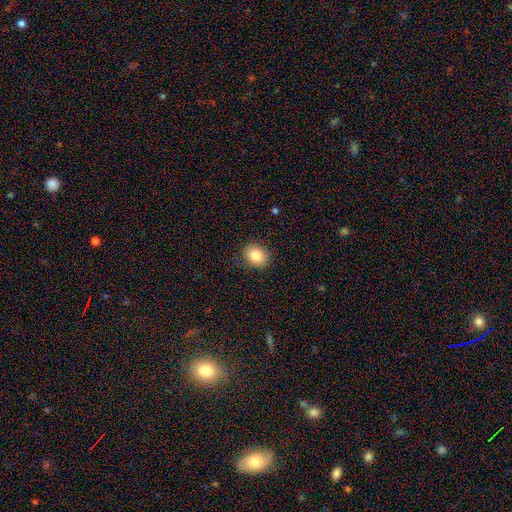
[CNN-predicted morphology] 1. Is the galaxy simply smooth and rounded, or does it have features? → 85% smooth, 9% star or artifact, 6% featured or disk.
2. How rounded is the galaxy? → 58% round, 41% in between, 1% cigar-shaped.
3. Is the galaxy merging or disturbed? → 87% none, 9% minor disturbance, 3% major disturbance, 1% merger.